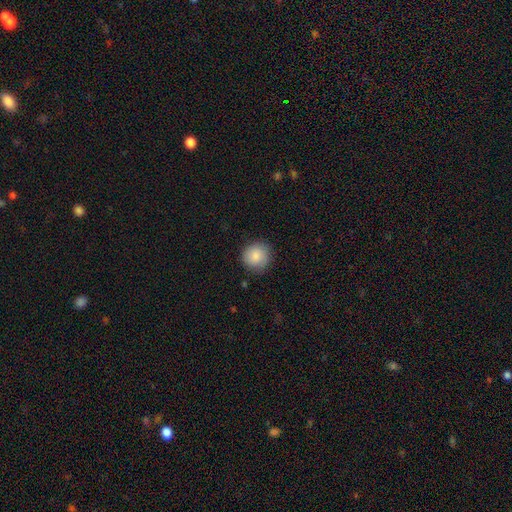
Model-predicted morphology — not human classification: The model was most divided on "merging": none: 85%, minor disturbance: 12%, major disturbance: 3%, merger: 1%. More confident: how rounded — round (92%); smooth or featured — smooth (86%).